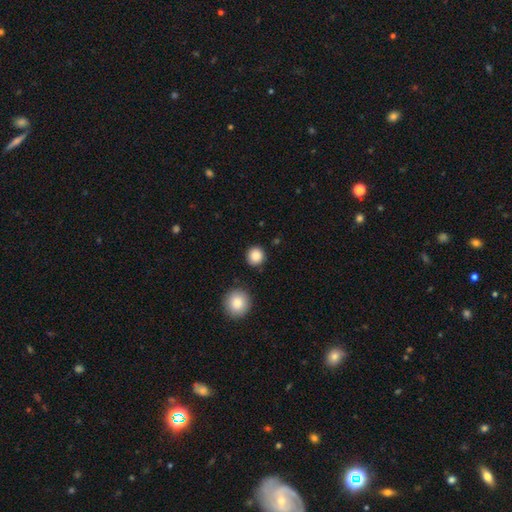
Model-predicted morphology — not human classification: Smooth or featured? smooth (88%)
How rounded? round (93%)
Merging? none (88%)